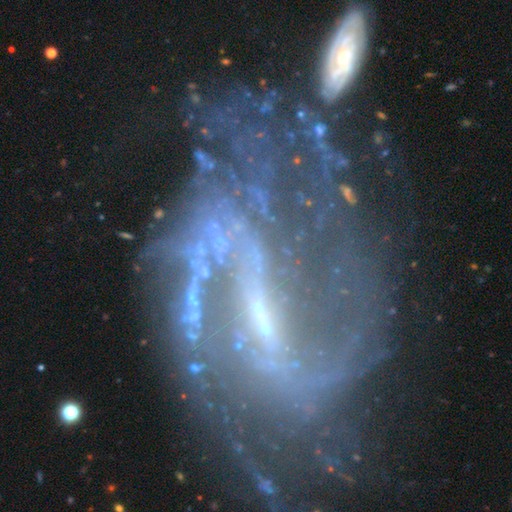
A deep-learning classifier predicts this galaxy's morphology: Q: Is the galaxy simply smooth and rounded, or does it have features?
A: featured or disk — 66%.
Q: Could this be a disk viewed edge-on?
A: no — 91%.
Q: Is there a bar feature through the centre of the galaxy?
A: strong — 43%.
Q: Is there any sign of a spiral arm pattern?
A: yes — 65%.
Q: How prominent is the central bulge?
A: small — 53%.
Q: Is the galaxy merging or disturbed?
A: none — 46%.